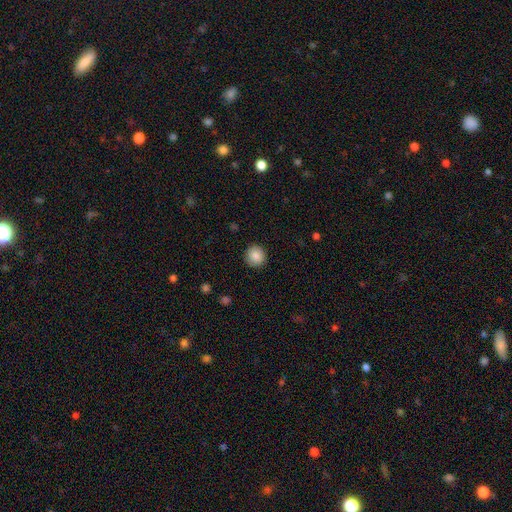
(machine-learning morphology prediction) type=smooth (86%); roundness=round (92%); merging=none (90%).